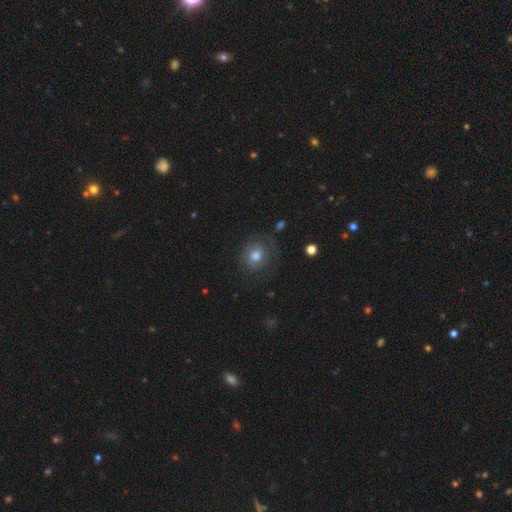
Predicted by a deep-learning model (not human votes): A smooth galaxy with no disk features (62%) that is round (80%).

Vote fractions:
- Smooth or featured? smooth: 62% / featured or disk: 26% / star or artifact: 12%
- How rounded? round: 80% / in between: 19% / cigar-shaped: 1%
- Merging? none: 71% / minor disturbance: 17% / major disturbance: 11% / merger: 2%